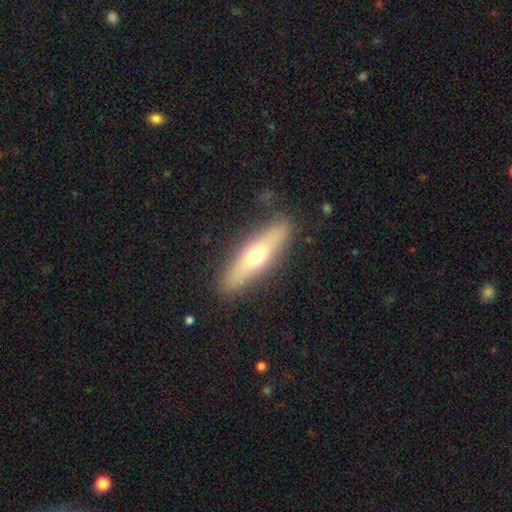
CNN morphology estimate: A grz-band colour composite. It shows a smooth galaxy with no disk features (53%) that is cigar-shaped (65%). Merging: none (85%).